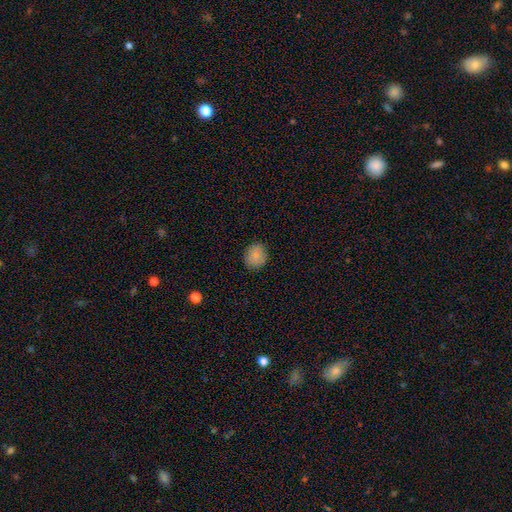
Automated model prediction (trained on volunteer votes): The model was most divided on "how rounded": round: 71%, in between: 28%, cigar-shaped: 1%. More confident: merging — none (88%); smooth or featured — smooth (85%).